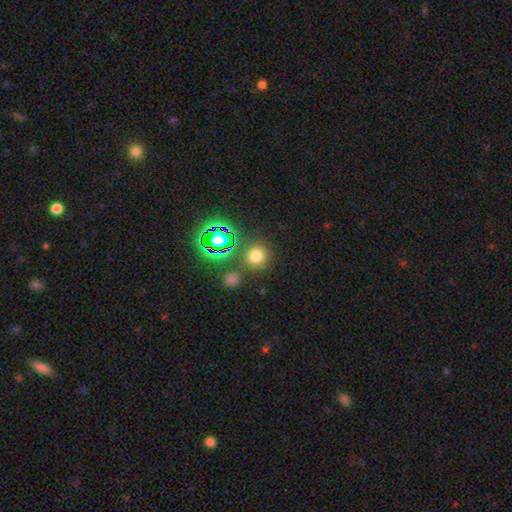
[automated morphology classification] This is likely a smooth galaxy (69%). How rounded: clearly round (91%). Merging: likely none (80%).